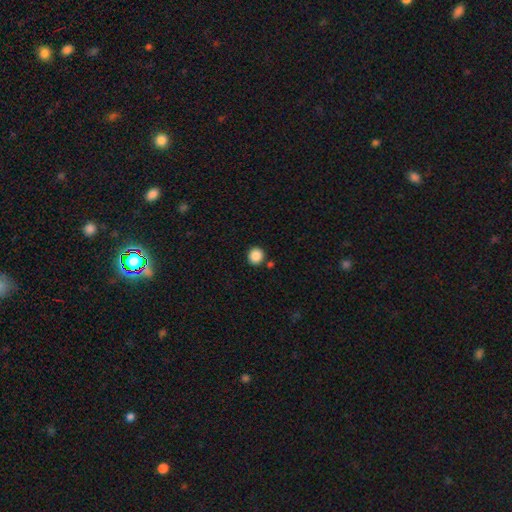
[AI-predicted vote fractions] Overall: smooth (88%). How rounded: round (93%). Merging: none (88%).